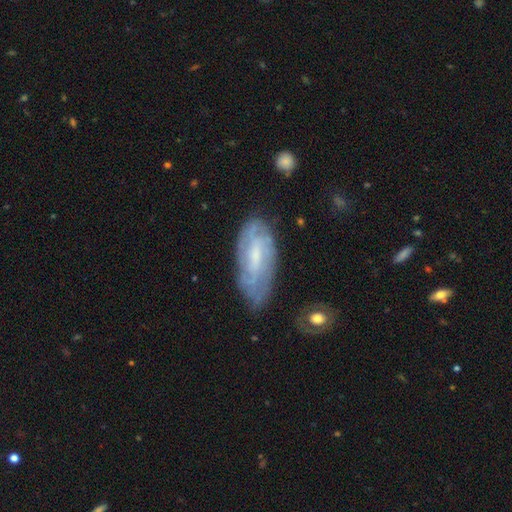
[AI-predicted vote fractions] Morphology: type=featured or disk (66%); edge-on=no (88%); bar=weak (50%); spiral arms=yes (83%); bulge=small (49%); merging=none (67%).